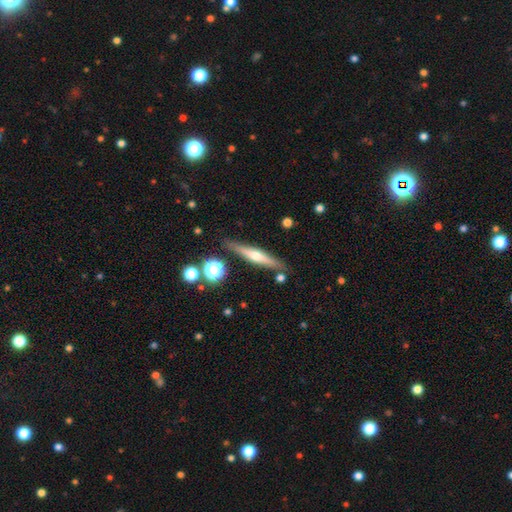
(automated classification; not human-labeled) This appears to be a featured or disk galaxy (59%) viewed edge-on (95%) with a rounded central bulge (85%). Merging: none (84%).